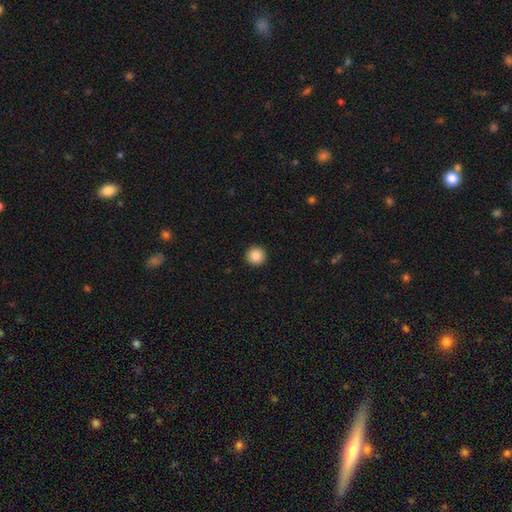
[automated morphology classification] A smooth galaxy with no disk features (87%) that is round (96%). Merging: none (93%).